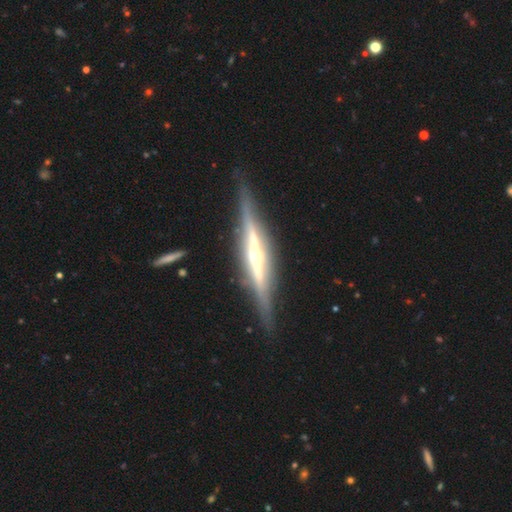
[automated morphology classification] Smooth or featured? featured or disk (86%)
Edge-on disk? yes (96%)
Edge-on bulge? rounded (83%)
Merging? none (84%)